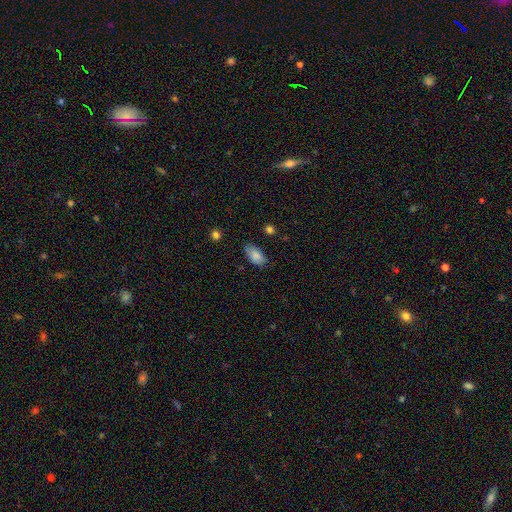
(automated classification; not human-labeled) Overall: smooth (86%). How rounded: in between (92%). Merging: none (71%).